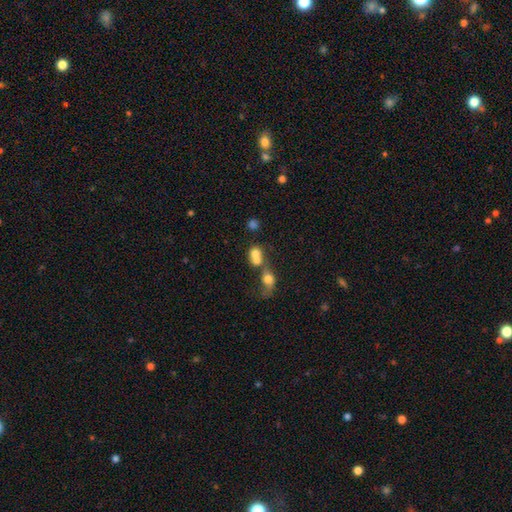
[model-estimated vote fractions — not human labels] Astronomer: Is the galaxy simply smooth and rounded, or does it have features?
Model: smooth — 71%.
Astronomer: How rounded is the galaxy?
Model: round — 67%.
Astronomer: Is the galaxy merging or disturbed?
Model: merger — 67%.